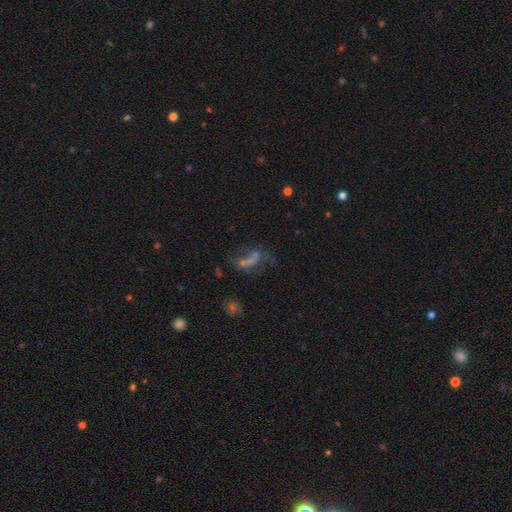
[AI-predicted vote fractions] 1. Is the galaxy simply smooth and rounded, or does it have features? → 44% featured or disk, 31% star or artifact, 26% smooth.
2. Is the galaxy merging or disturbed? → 47% none, 25% major disturbance, 18% minor disturbance, 9% merger.